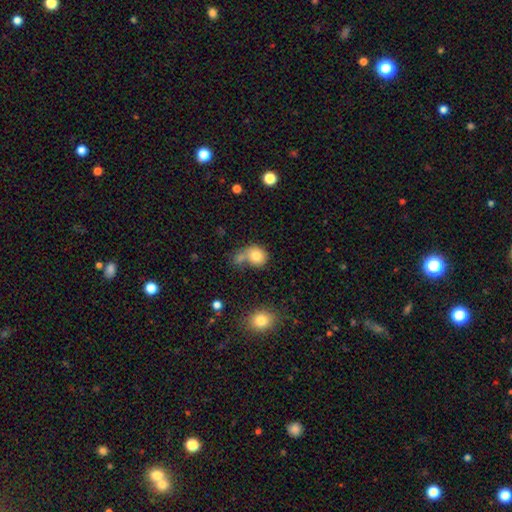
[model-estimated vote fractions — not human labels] Smooth or featured: smooth — 79% (featured or disk — 12%)
How rounded: round — 68% (in between — 31%)
Merging: merger — 39% (none — 38%)